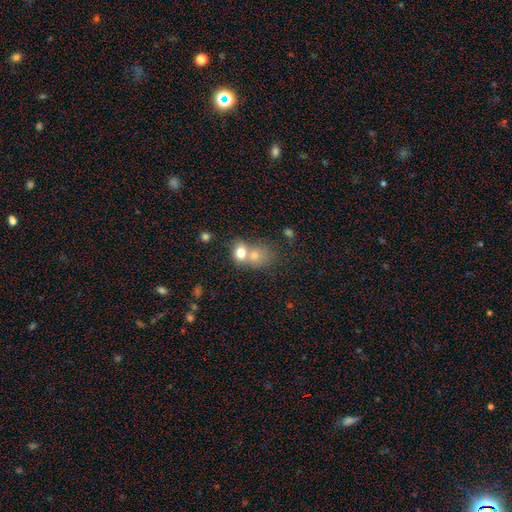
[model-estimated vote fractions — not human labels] smooth_or_featured: smooth (p=0.73) [alt: featured or disk p=0.16]
how_rounded: round (p=0.52) [alt: in between p=0.47]
merging: merger (p=0.65) [alt: none p=0.24]